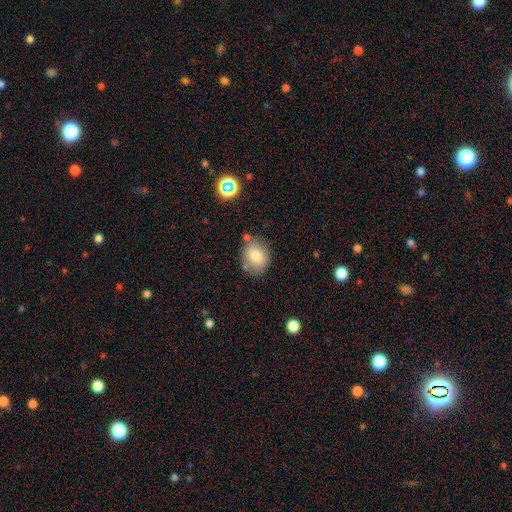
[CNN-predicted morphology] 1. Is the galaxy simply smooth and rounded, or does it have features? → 76% smooth, 14% featured or disk, 10% star or artifact.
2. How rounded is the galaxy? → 50% round, 49% in between, 1% cigar-shaped.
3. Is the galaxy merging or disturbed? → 71% none, 18% minor disturbance, 7% merger, 4% major disturbance.